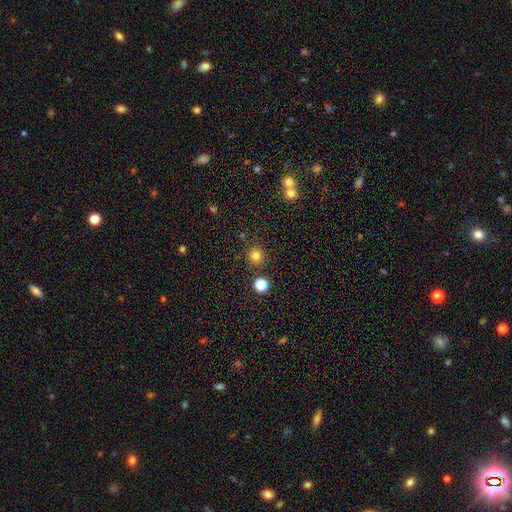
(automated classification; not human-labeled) This is clearly a smooth galaxy (80%). How rounded: clearly round (92%). Merging: clearly none (85%).